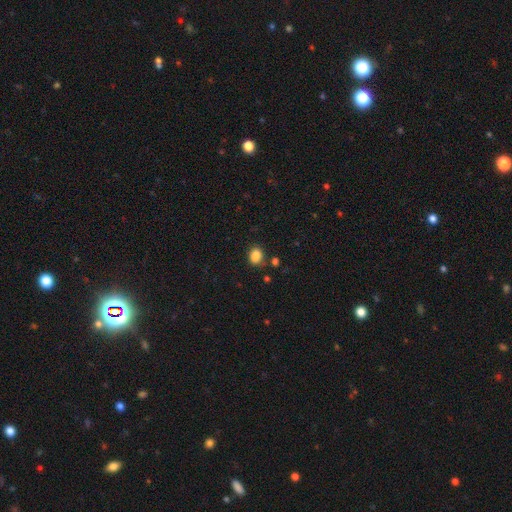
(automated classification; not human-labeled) The model was most divided on "how rounded": in between: 59%, round: 40%, cigar-shaped: 1%. More confident: smooth or featured — smooth (84%); merging — none (65%).